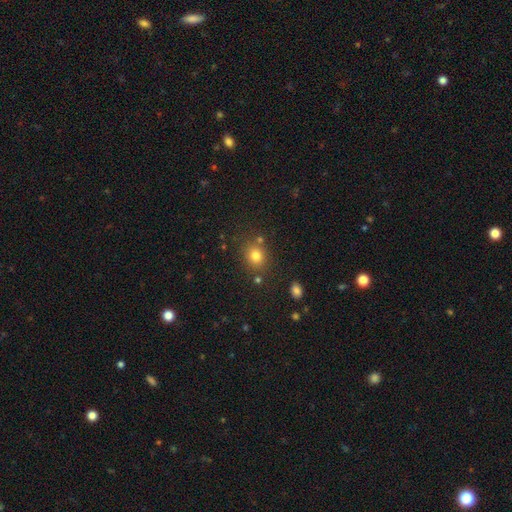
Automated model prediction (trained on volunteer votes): smooth-or-featured: smooth: 79% | star or artifact: 14% | featured or disk: 7%
  how-rounded: round: 66% | in between: 33% | cigar-shaped: 1%
  merging: none: 77% | minor disturbance: 11% | merger: 8% | major disturbance: 4%